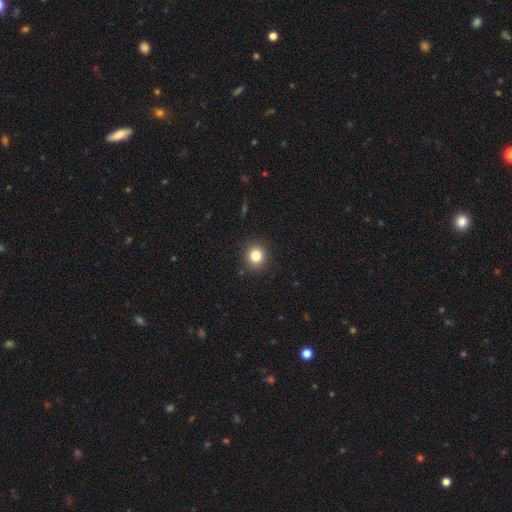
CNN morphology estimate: Smooth or featured? Predicted: smooth (p=0.83). How rounded? Predicted: round (p=0.91). Merging? Predicted: none (p=0.91).